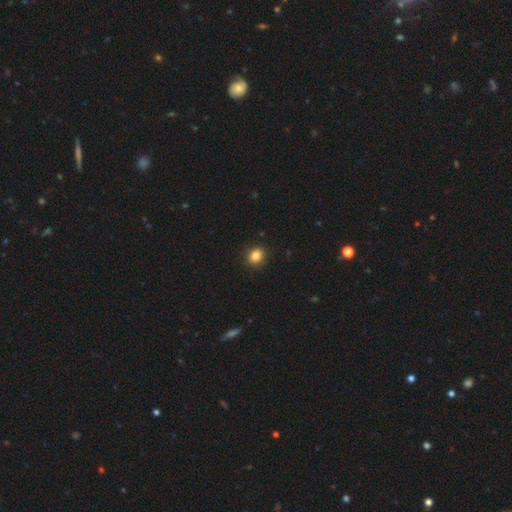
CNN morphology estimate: smooth-or-featured: smooth: 85% | star or artifact: 11% | featured or disk: 4%
  how-rounded: round: 71% | in between: 28% | cigar-shaped: 1%
  merging: none: 90% | minor disturbance: 7% | major disturbance: 2% | merger: 1%